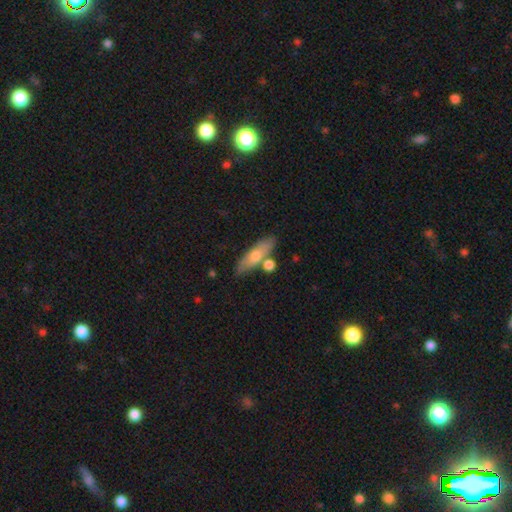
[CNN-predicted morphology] Overall: smooth (61%; featured or disk 33%). How rounded: cigar-shaped (56%; in between 39%). Merging: none (69%).